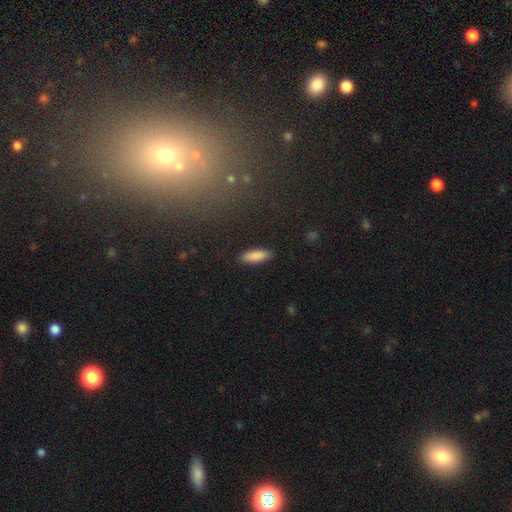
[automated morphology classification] Smooth or featured? Predicted: smooth (p=0.88). How rounded? Predicted: in between (p=0.62). Merging? Predicted: none (p=0.88).